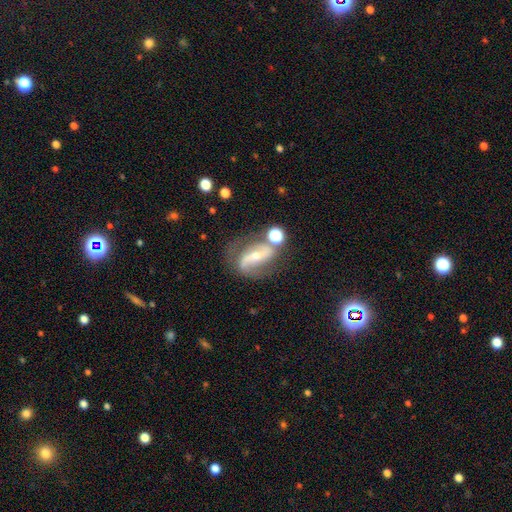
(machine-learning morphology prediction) This is likely a featured or disk galaxy (79%). It is clearly not viewed edge-on (94%). Bar: possibly strong (48%). Spiral arm pattern: clearly yes (89%). Spiral arm count: clearly 2 (84%). Spiral winding: possibly loose (52%). Central bulge: possibly small (56%). Merging: possibly none (58%).